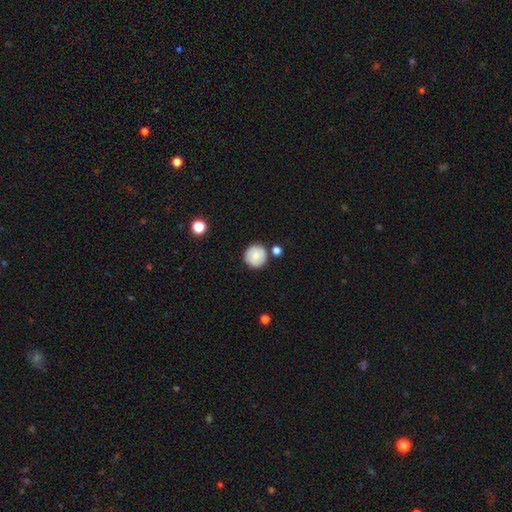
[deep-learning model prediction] Smooth or featured?
  - smooth: 79% *
  - featured or disk: 13%
  - star or artifact: 8%
How rounded?
  - round: 95% *
  - in between: 4%
  - cigar-shaped: 1%
Merging?
  - none: 82% *
  - minor disturbance: 10%
  - merger: 6%
  - major disturbance: 2%